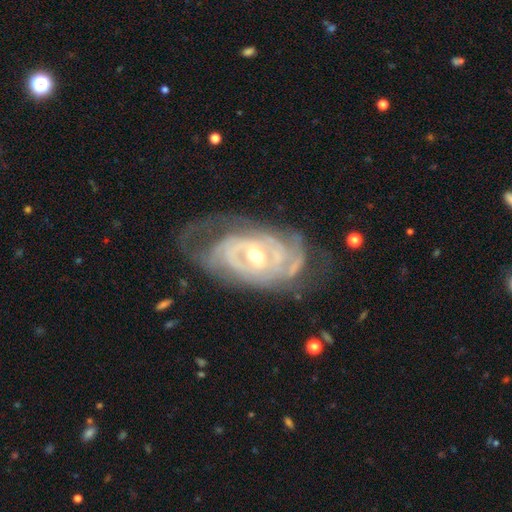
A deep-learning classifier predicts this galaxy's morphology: Smooth or featured: featured or disk — 89% (smooth — 5%)
Edge-on disk: no — 96% (yes — 4%)
Bar: no — 51% (weak — 34%)
Spiral arms: yes — 95% (no — 5%)
Spiral winding: tight — 71% (medium — 23%)
Spiral arm count: can't tell — 33% (2 — 26%)
Bulge size: moderate — 59% (small — 37%)
Merging: none — 58% (minor disturbance — 23%)